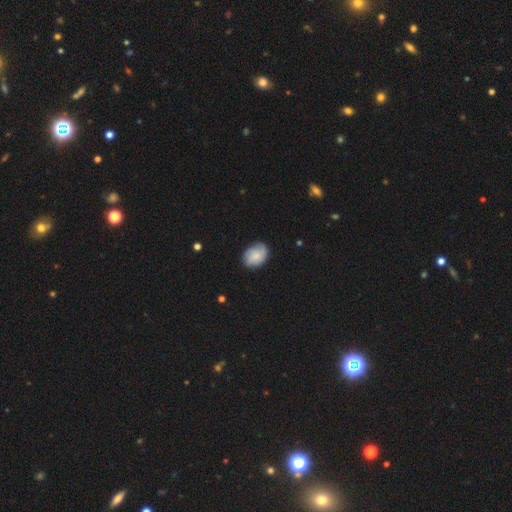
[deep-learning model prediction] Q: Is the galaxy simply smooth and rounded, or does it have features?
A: smooth — 70%.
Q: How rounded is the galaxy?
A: in between — 68%.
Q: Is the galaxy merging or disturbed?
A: none — 74%.